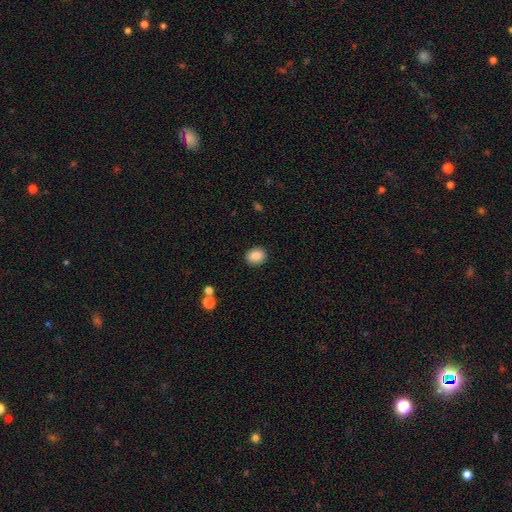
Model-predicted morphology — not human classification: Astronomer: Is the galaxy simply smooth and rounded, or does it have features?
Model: smooth — 87%.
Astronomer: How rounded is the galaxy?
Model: round — 56% (runner-up: in between, 43%).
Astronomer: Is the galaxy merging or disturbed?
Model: none — 91%.